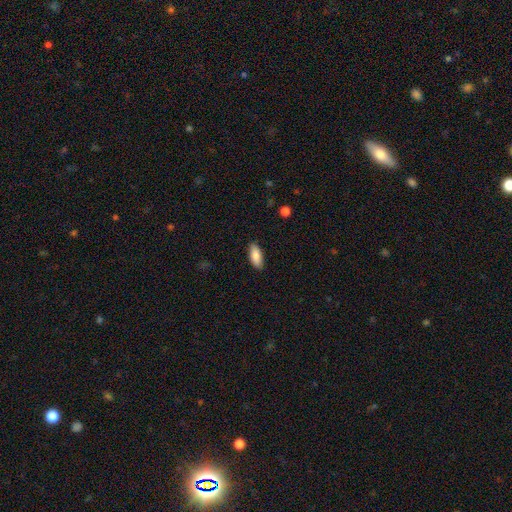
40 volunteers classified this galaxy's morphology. Smooth or featured? smooth (82%)
How rounded? in between (82%)
Merging? none (87%)